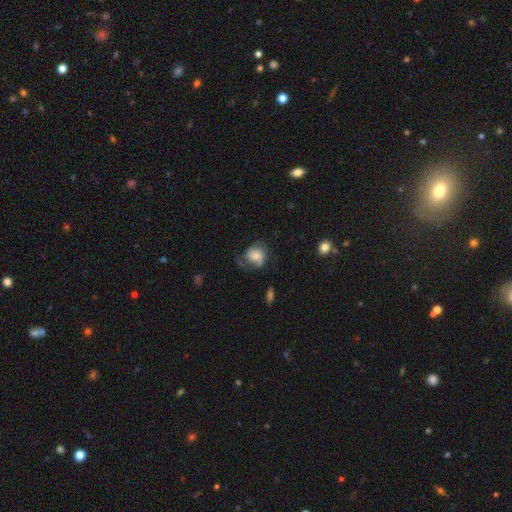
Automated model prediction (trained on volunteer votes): Smooth or featured?
  - featured or disk: 53% *
  - smooth: 39%
  - star or artifact: 8%
Edge-on disk?
  - no: 97% *
  - yes: 3%
Bar?
  - no: 72% *
  - weak: 24%
  - strong: 5%
Spiral arms?
  - yes: 85% *
  - no: 15%
Bulge size?
  - small: 42% *
  - moderate: 40%
  - large: 9%
  - none: 7%
  - dominant: 3%
Merging?
  - none: 45% *
  - major disturbance: 27%
  - minor disturbance: 26%
  - merger: 3%